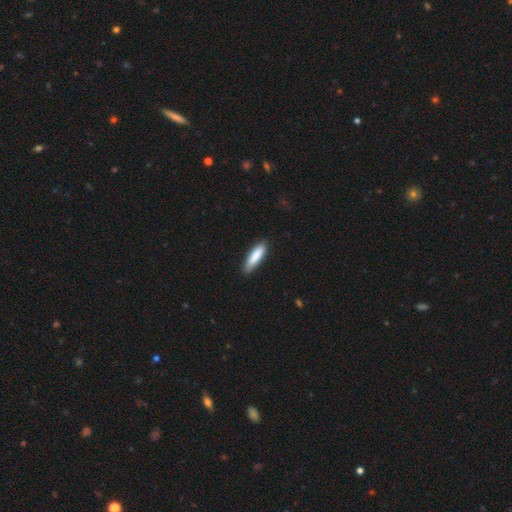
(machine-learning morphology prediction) Q: Smooth or featured?
A: smooth (86%); runner-up: featured or disk (9%)
Q: How rounded?
A: cigar-shaped (65%); runner-up: in between (33%)
Q: Merging?
A: none (83%); runner-up: minor disturbance (14%)